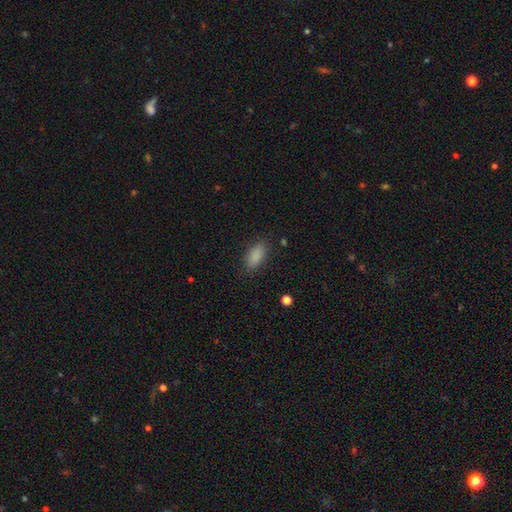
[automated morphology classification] smooth 88%, star or artifact 8%, featured or disk 4%. Down the decision tree: how rounded — in between (89%); merging — none (85%).